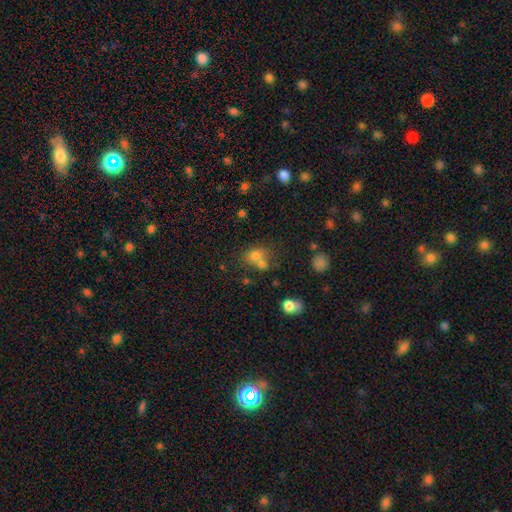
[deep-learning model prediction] Smooth or featured? Predicted: smooth (p=0.71). How rounded? Predicted: round (p=0.58). Merging? Predicted: merger (p=0.45).